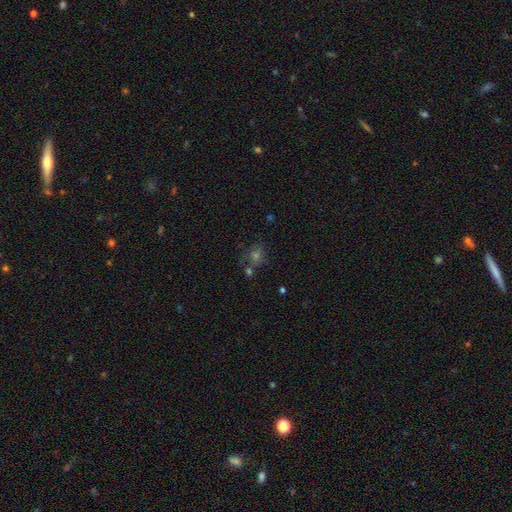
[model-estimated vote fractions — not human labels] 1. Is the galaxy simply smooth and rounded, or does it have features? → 47% smooth, 35% star or artifact, 18% featured or disk.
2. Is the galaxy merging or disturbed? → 67% none, 14% merger, 13% minor disturbance, 6% major disturbance.